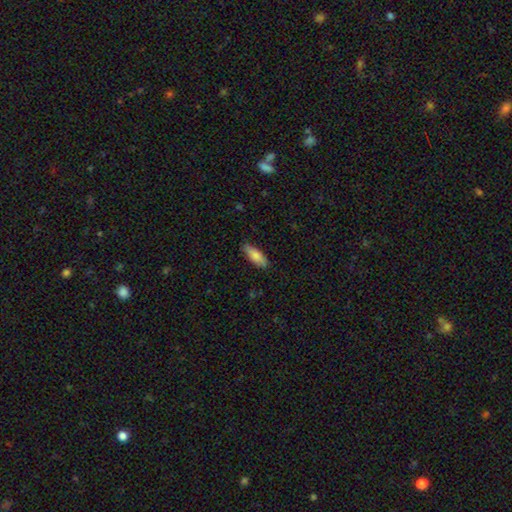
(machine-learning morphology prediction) type=smooth (83%); roundness=in between (66%); merging=none (85%).